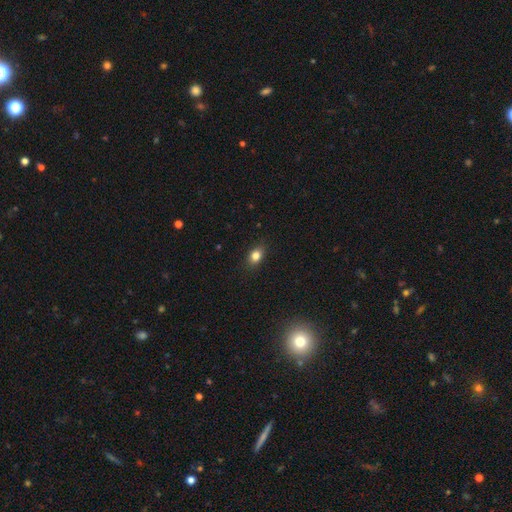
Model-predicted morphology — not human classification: smooth-or-featured: smooth: 81% | star or artifact: 11% | featured or disk: 8%
  how-rounded: in between: 70% | round: 27% | cigar-shaped: 3%
  merging: none: 85% | minor disturbance: 11% | major disturbance: 2% | merger: 1%